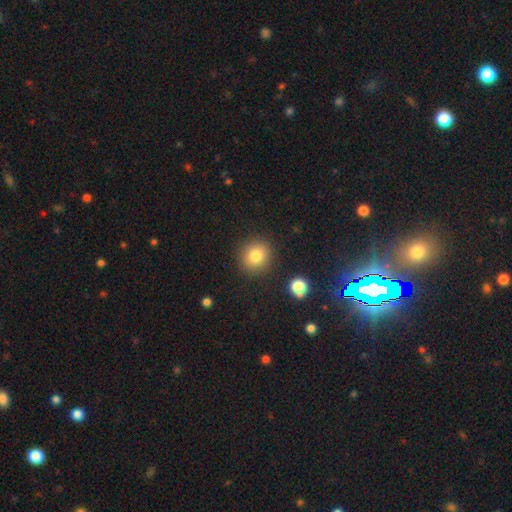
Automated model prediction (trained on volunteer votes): A smooth galaxy with no disk features (80%) that is round (86%).

Vote fractions:
- Smooth or featured? smooth: 80% / star or artifact: 11% / featured or disk: 8%
- How rounded? round: 86% / in between: 13% / cigar-shaped: 1%
- Merging? none: 88% / minor disturbance: 7% / major disturbance: 3% / merger: 2%